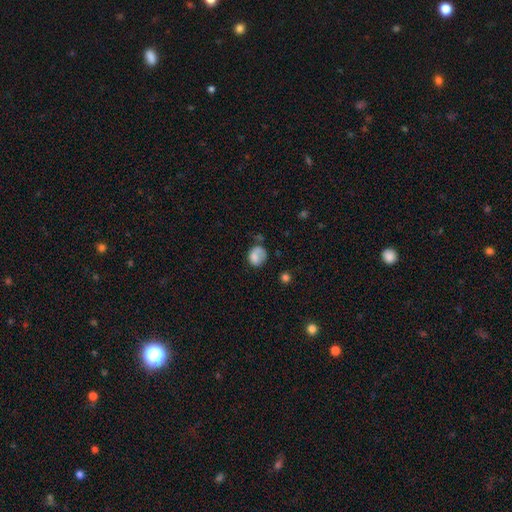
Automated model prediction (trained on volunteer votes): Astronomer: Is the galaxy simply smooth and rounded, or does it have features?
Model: smooth — 72%.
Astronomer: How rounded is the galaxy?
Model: round — 57% (runner-up: in between, 42%).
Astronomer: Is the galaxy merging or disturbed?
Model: none — 42% (runner-up: minor disturbance, 28%).